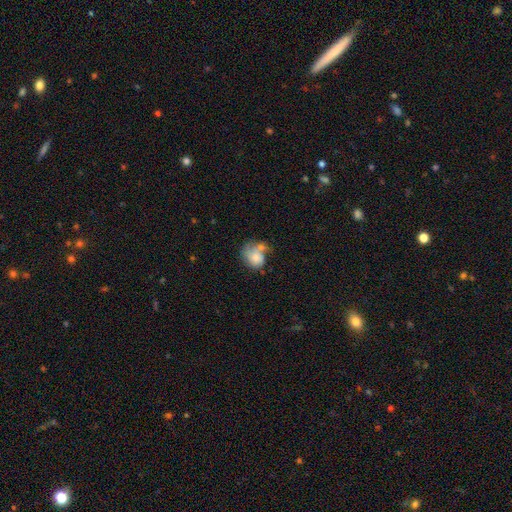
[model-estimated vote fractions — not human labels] A smooth galaxy with no disk features (68%) that is round (55%).

Vote fractions:
- Smooth or featured? smooth: 68% / featured or disk: 24% / star or artifact: 8%
- How rounded? round: 55% / in between: 44% / cigar-shaped: 1%
- Merging? merger: 32% / none: 30% / minor disturbance: 22% / major disturbance: 16%